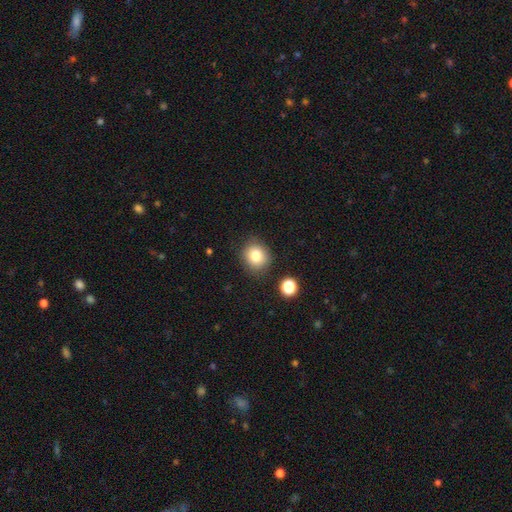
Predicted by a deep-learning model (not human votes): smooth-or-featured: smooth: 80% | star or artifact: 12% | featured or disk: 9%
  how-rounded: round: 84% | in between: 15% | cigar-shaped: 1%
  merging: none: 84% | minor disturbance: 10% | merger: 3% | major disturbance: 3%